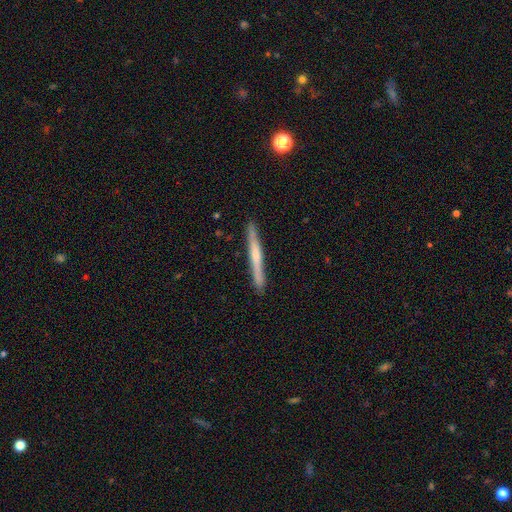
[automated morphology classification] smooth-or-featured: featured or disk: 55% | smooth: 39% | star or artifact: 6%
  disk-edge-on: yes: 97% | no: 3%
    edge-on-bulge: rounded: 50% | none: 43% | boxy: 7%
  merging: none: 91% | minor disturbance: 7% | major disturbance: 1% | merger: 1%